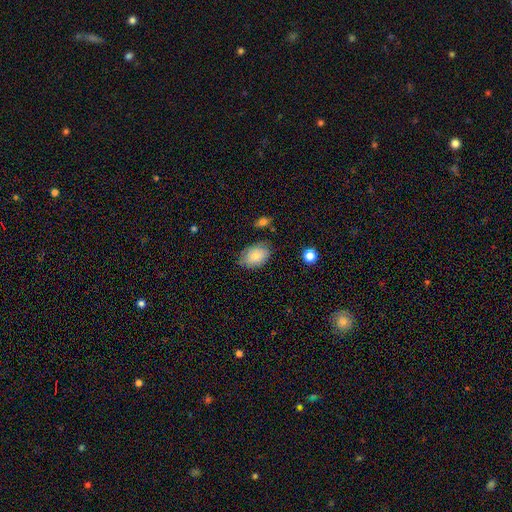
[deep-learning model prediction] Smooth or featured?
  - smooth: 80% *
  - featured or disk: 13%
  - star or artifact: 7%
How rounded?
  - in between: 86% *
  - round: 13%
  - cigar-shaped: 1%
Merging?
  - none: 74% *
  - minor disturbance: 20%
  - major disturbance: 4%
  - merger: 2%